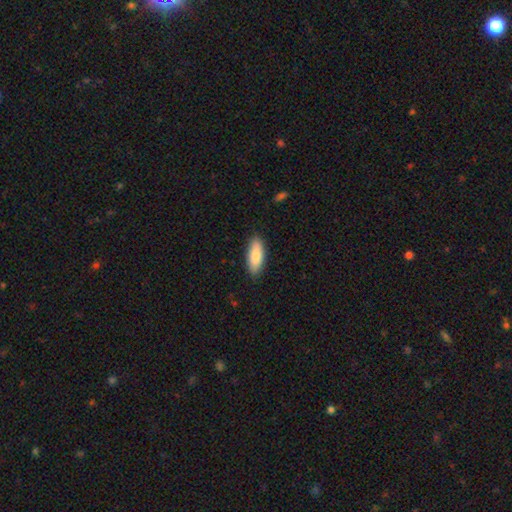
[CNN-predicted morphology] Smooth or featured? Predicted: smooth (p=0.85). How rounded? Predicted: in between (p=0.71). Merging? Predicted: none (p=0.88).